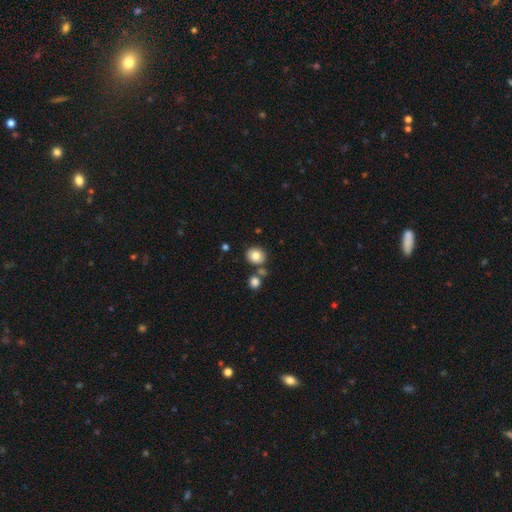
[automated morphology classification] The model was most divided on "how rounded": round: 76%, in between: 23%, cigar-shaped: 1%. More confident: smooth or featured — smooth (80%); merging — none (72%).